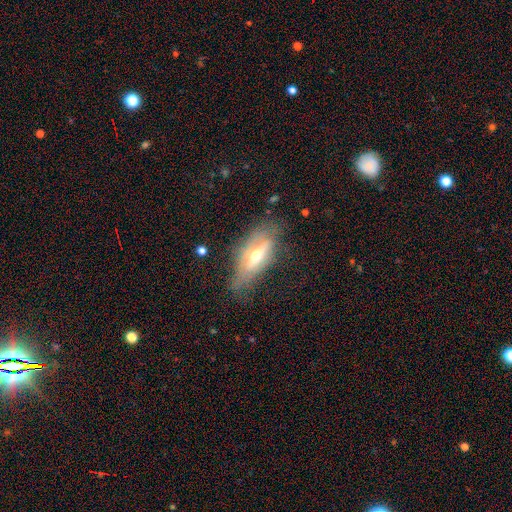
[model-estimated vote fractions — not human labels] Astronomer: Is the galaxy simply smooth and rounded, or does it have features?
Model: featured or disk — 60%.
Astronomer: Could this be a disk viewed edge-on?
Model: yes — 68%.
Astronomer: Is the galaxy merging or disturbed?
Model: none — 63%.